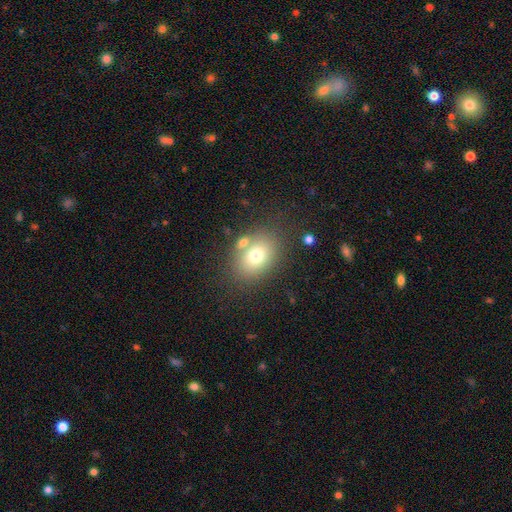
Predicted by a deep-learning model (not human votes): smooth-or-featured: smooth: 72% | featured or disk: 16% | star or artifact: 12%
  how-rounded: in between: 66% | round: 33% | cigar-shaped: 1%
  merging: none: 67% | merger: 15% | minor disturbance: 13% | major disturbance: 5%